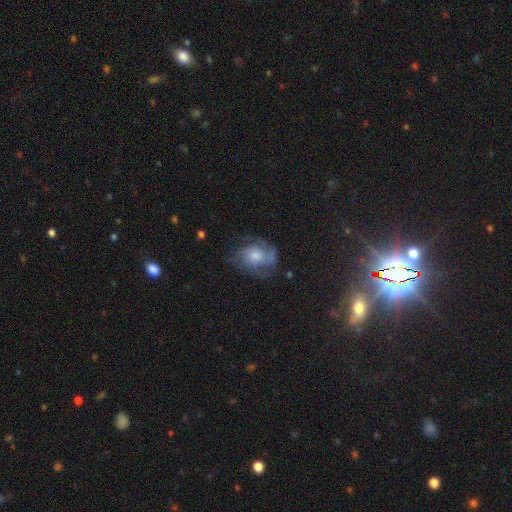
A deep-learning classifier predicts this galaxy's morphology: A featured or disk galaxy (56%) with no bar (81%), spiral arms (76%) and a moderate central bulge (42%).

Vote fractions:
- Smooth or featured? featured or disk: 56% / smooth: 34% / star or artifact: 10%
- Edge-on disk? no: 97% / yes: 3%
- Bar? no: 81% / weak: 16% / strong: 2%
- Spiral arms? yes: 76% / no: 24%
- Bulge size? moderate: 42% / small: 26% / large: 22% / none: 8% / dominant: 3%
- Merging? none: 53% / minor disturbance: 25% / major disturbance: 20% / merger: 3%